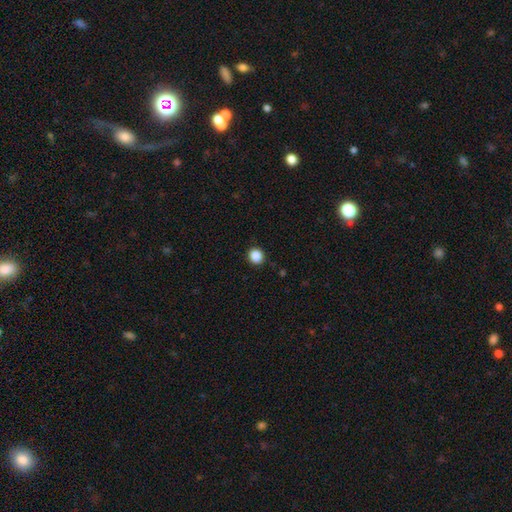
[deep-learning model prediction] A smooth galaxy with no disk features (87%) that is round (87%). Merging: none (91%).